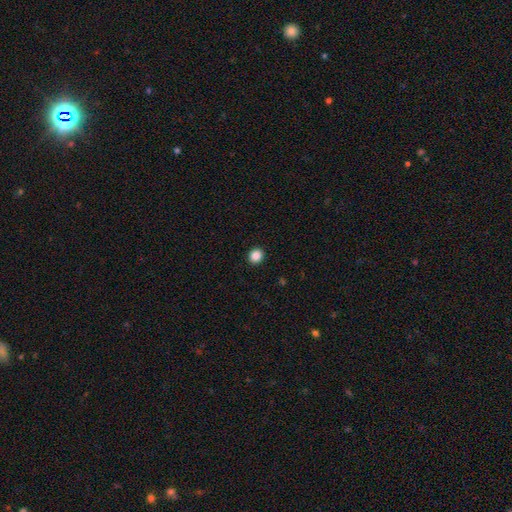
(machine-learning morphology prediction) A smooth galaxy with no disk features (87%) that is round (83%). Merging: none (93%).